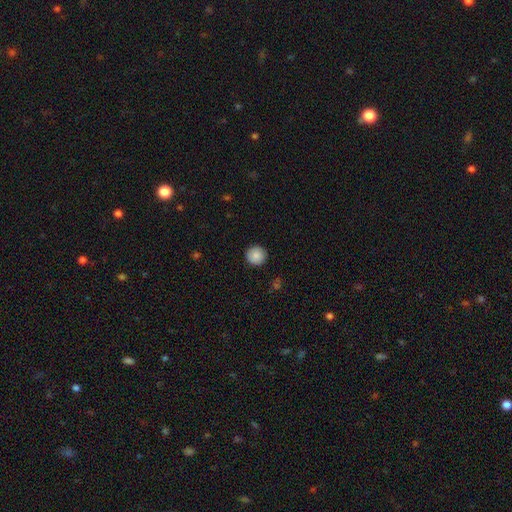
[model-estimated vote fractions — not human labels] Smooth or featured? smooth (87%)
How rounded? round (95%)
Merging? none (91%)